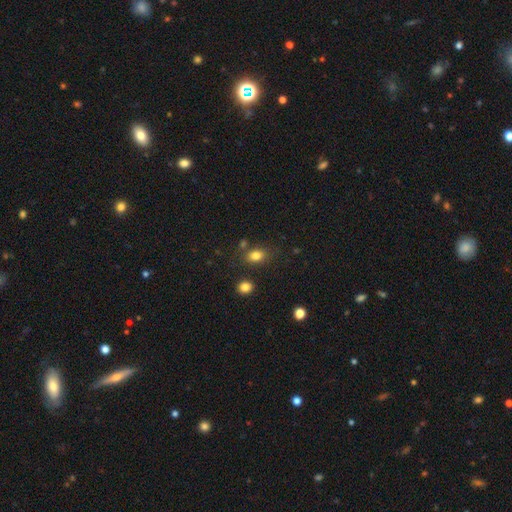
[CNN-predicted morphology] A smooth galaxy with no disk features (82%) that is in between round and cigar-shaped (70%).

Vote fractions:
- Smooth or featured? smooth: 82% / star or artifact: 11% / featured or disk: 7%
- How rounded? in between: 70% / round: 29% / cigar-shaped: 2%
- Merging? none: 73% / minor disturbance: 14% / merger: 8% / major disturbance: 5%